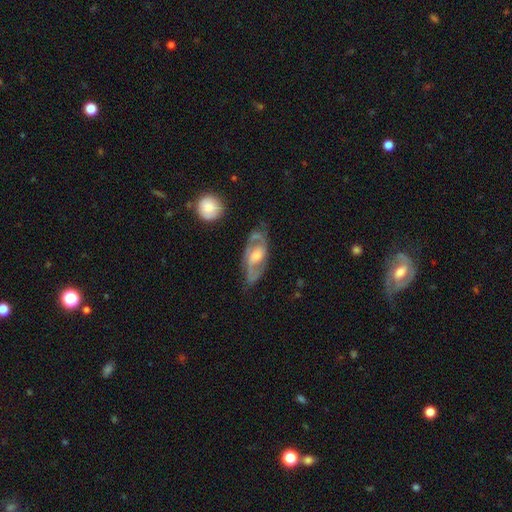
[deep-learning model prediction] A featured or disk galaxy (78%) with a weak bar (45%), 2 (83%) medium (52%) spiral arms (87%) and a moderate central bulge (54%). Merging: none (66%).